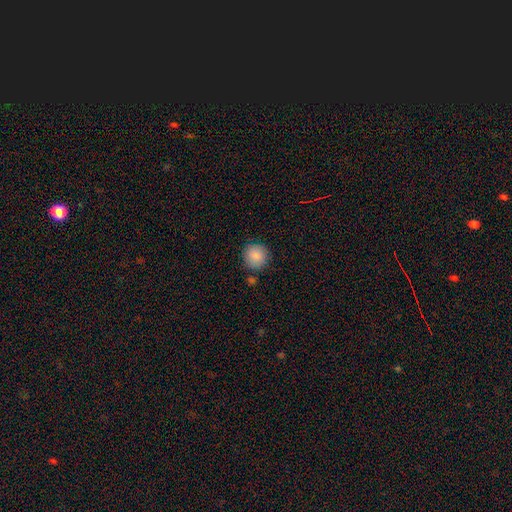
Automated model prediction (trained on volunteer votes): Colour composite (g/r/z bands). It shows a smooth galaxy with no disk features (89%) that is round (93%). Merging: none (85%).